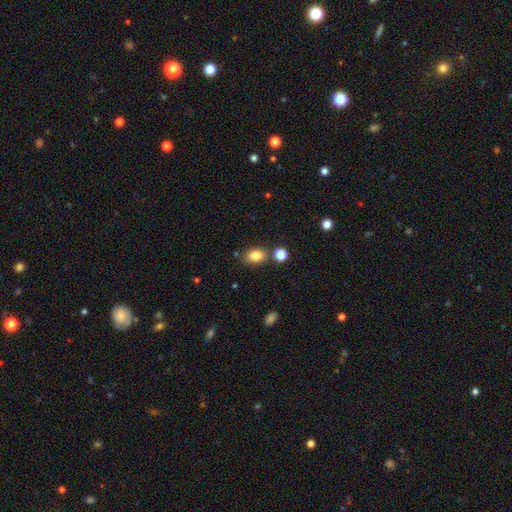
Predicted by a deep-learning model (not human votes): Overall: smooth (83%). How rounded: in between (78%). Merging: none (73%).